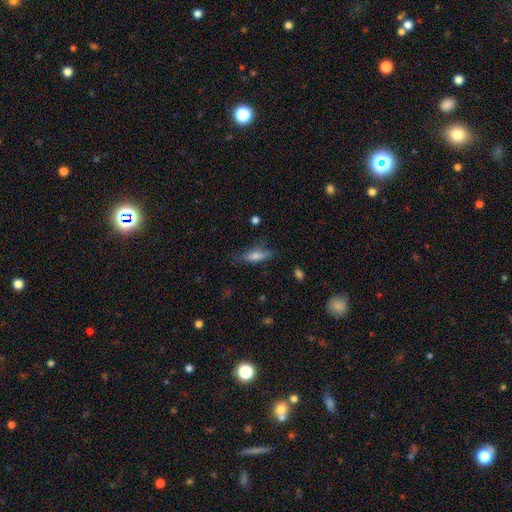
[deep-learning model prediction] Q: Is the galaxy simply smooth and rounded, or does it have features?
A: smooth — 62%.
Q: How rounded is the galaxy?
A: cigar-shaped — 50%.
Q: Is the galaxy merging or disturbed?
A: none — 70%.